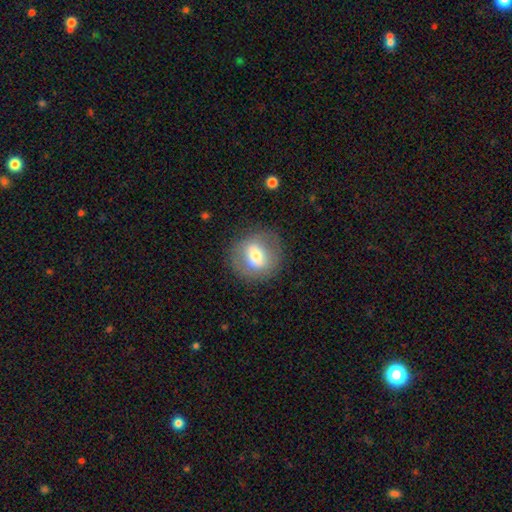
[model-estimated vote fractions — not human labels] Morphology: type=smooth (62%); roundness=round (82%); merging=none (82%).